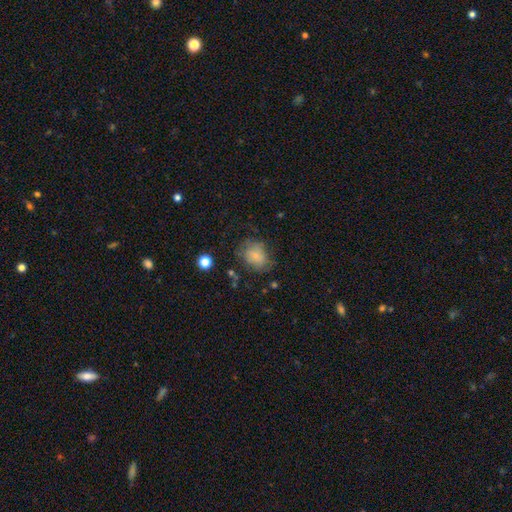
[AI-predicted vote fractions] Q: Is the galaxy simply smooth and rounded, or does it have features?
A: smooth — 67%.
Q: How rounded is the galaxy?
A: in between — 53%.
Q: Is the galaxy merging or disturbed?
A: none — 53%.